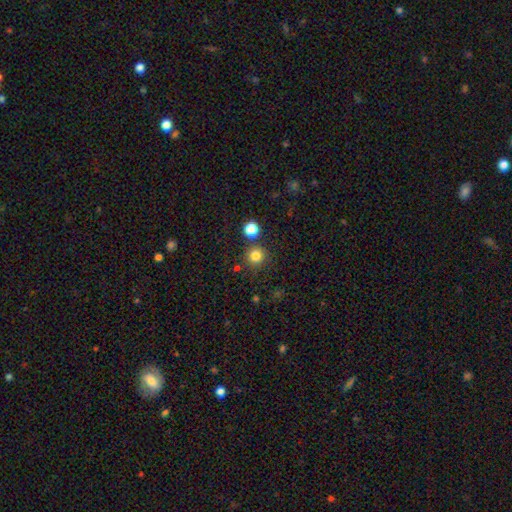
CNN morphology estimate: A smooth galaxy with no disk features (81%) that is round (94%).

Vote fractions:
- Smooth or featured? smooth: 81% / star or artifact: 14% / featured or disk: 5%
- How rounded? round: 94% / in between: 5% / cigar-shaped: 1%
- Merging? none: 83% / merger: 7% / minor disturbance: 7% / major disturbance: 3%